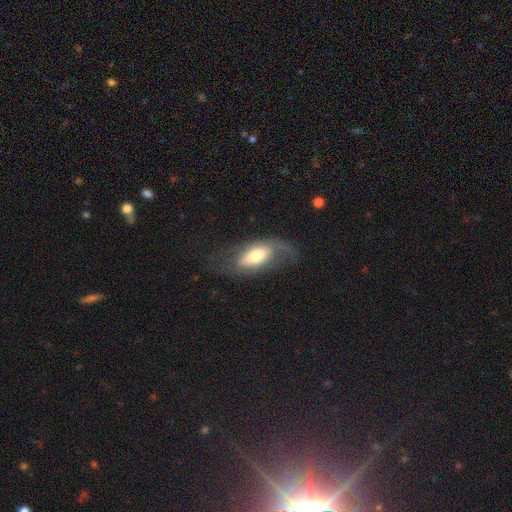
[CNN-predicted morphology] Q: Smooth or featured?
A: featured or disk (47%); runner-up: smooth (46%)
Q: Merging?
A: none (53%); runner-up: major disturbance (24%)